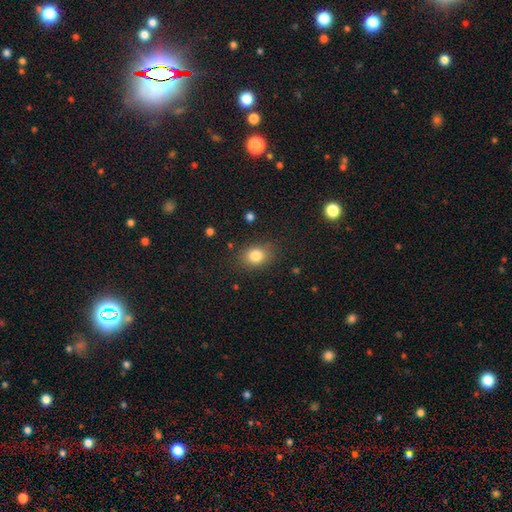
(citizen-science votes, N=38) smooth 79%, featured or disk 13%, star or artifact 8%. Down the decision tree: how rounded — round (50%, tied with in between); merging — none (77%).